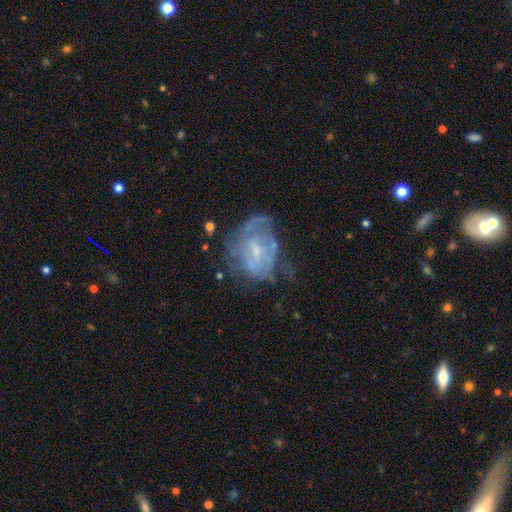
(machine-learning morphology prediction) Overall: featured or disk (64%). Edge-on disk: no (96%). Bar: no (58%; weak 35%). Spiral arms: yes (65%; no 35%). Bulge size: small (58%; moderate 30%). Merging: none (52%; minor disturbance 24%).